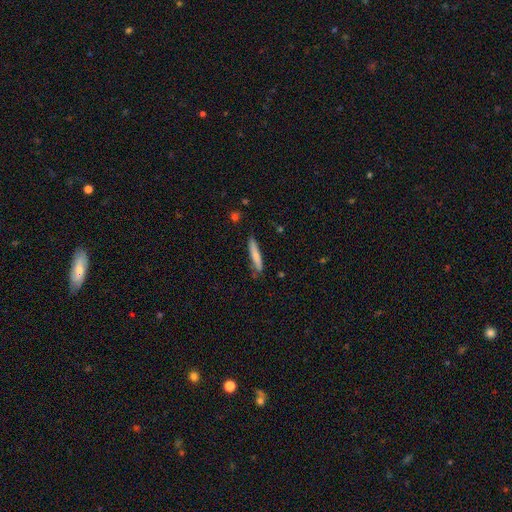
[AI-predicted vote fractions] A smooth galaxy with no disk features (71%) that is cigar-shaped (92%). Merging: none (81%).